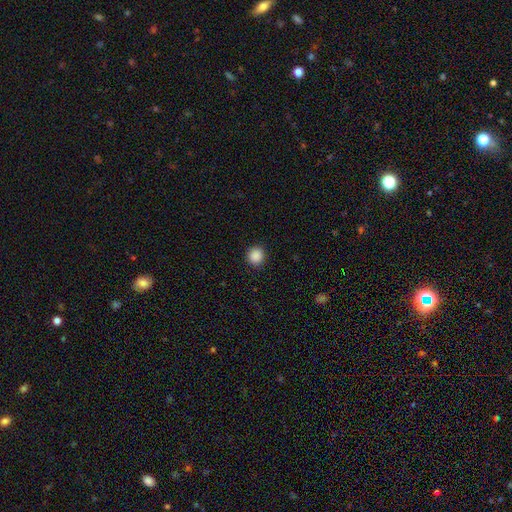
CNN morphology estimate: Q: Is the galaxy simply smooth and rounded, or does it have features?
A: smooth — 88%.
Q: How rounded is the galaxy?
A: round — 90%.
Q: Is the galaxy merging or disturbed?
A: none — 91%.